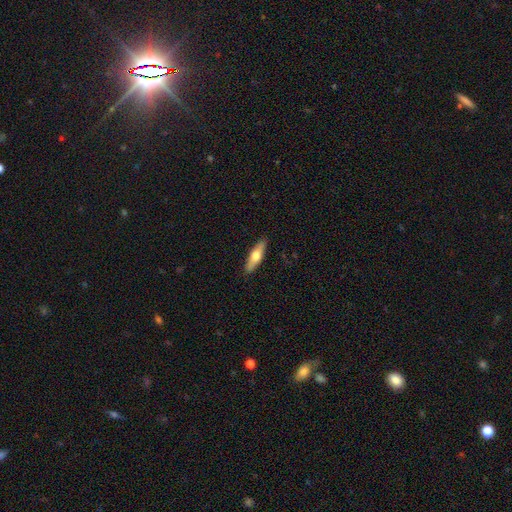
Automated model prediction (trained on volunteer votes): A smooth galaxy with no disk features (57%) that is cigar-shaped (64%).

Vote fractions:
- Smooth or featured? smooth: 57% / featured or disk: 38% / star or artifact: 5%
- How rounded? cigar-shaped: 64% / in between: 34% / round: 2%
- Merging? none: 90% / minor disturbance: 8% / major disturbance: 2% / merger: 1%